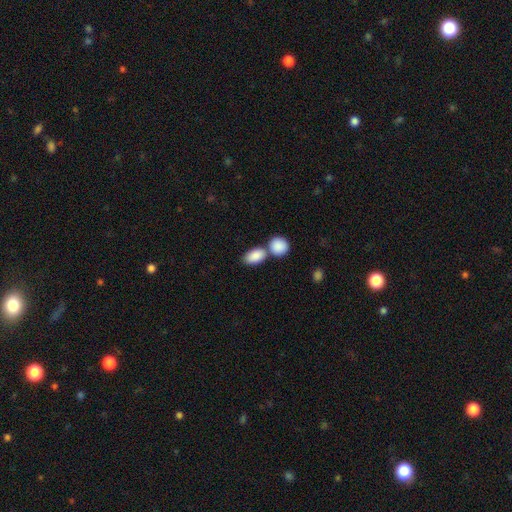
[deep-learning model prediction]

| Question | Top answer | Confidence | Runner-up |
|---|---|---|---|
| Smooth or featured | smooth | 88% | star or artifact (6%) |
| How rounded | in between | 88% | round (10%) |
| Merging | none | 44% | merger (43%) |